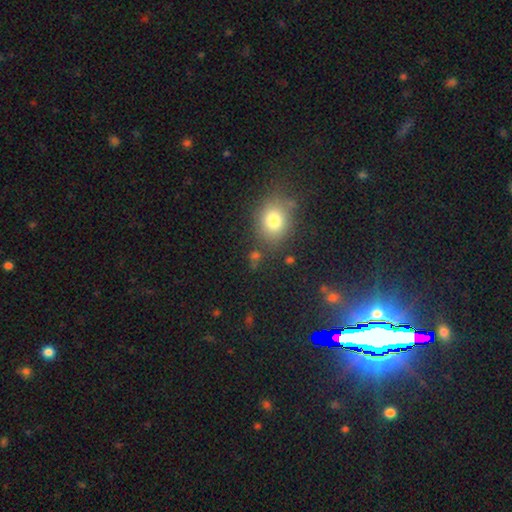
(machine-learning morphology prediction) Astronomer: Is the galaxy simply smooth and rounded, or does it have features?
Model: smooth — 64%.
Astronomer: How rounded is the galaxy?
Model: round — 52% (runner-up: in between, 46%).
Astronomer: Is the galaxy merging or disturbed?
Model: none — 79%.